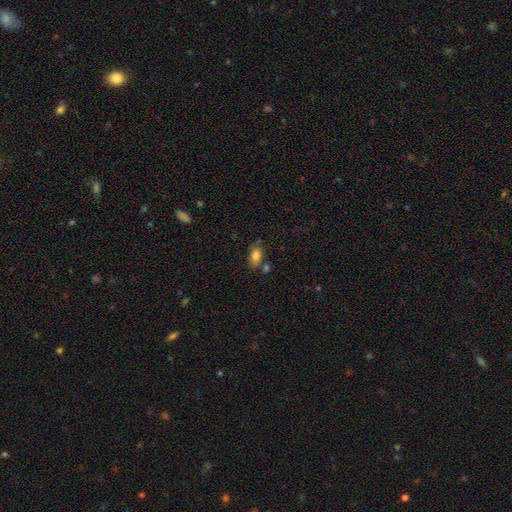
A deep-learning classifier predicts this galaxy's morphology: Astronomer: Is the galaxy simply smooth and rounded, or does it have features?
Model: smooth — 80%.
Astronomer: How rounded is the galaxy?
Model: in between — 88%.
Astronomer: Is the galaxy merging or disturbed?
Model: none — 64%.